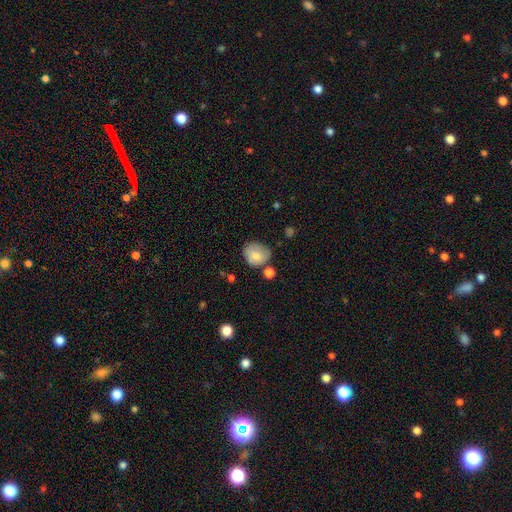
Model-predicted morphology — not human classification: Smooth or featured? smooth (77%)
How rounded? round (65%)
Merging? none (53%)